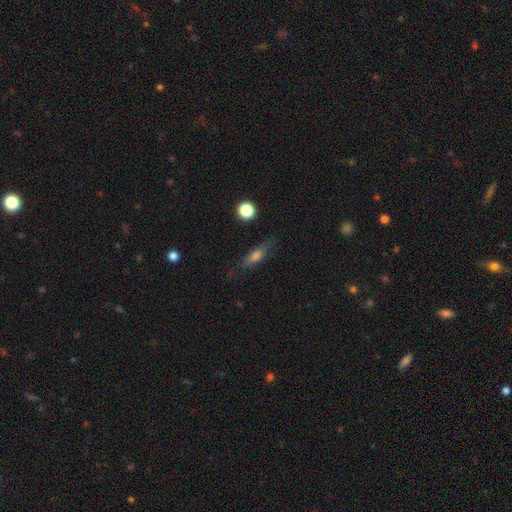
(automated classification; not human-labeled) A smooth galaxy with no disk features (57%) that is cigar-shaped (54%).

Vote fractions:
- Smooth or featured? smooth: 57% / featured or disk: 33% / star or artifact: 10%
- How rounded? cigar-shaped: 54% / in between: 40% / round: 5%
- Merging? none: 72% / minor disturbance: 19% / major disturbance: 7% / merger: 2%